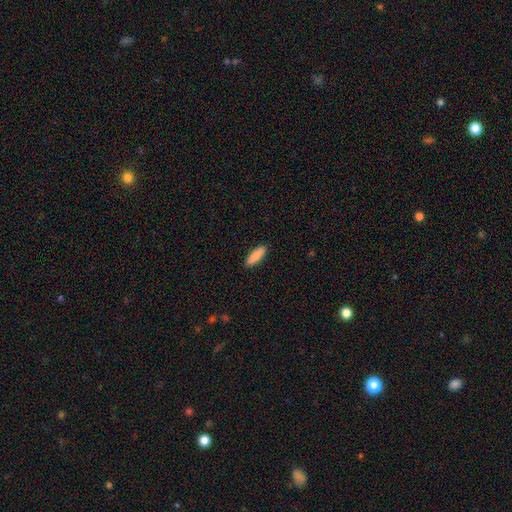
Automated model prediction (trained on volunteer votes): smooth_or_featured: smooth (p=0.85) [alt: featured or disk p=0.10]
how_rounded: in between (p=0.51) [alt: cigar-shaped p=0.47]
merging: none (p=0.90) [alt: minor disturbance p=0.07]